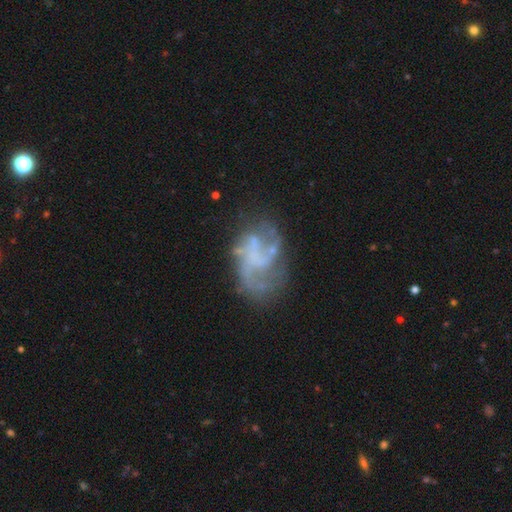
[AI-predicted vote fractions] A featured or disk galaxy (76%) with no bar (66%), 2 (31%) loose (50%) spiral arms (75%) and no central bulge (70%). Merging: none (51%).